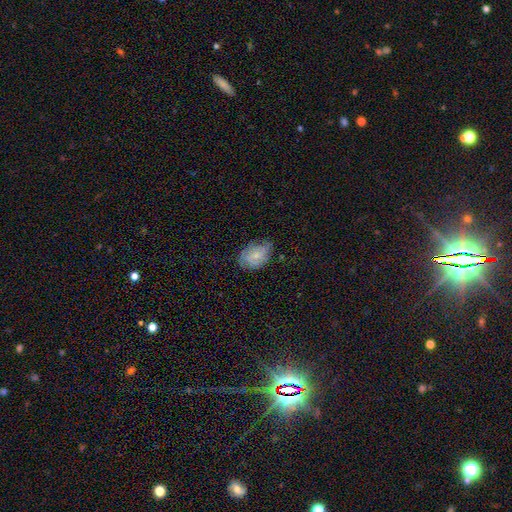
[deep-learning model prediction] The model was most divided on "smooth or featured": smooth: 46%, featured or disk: 45%, star or artifact: 9%. More confident: merging — none (62%).